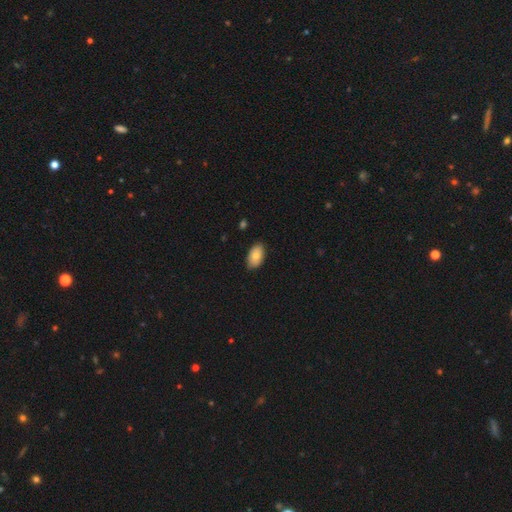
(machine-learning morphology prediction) type=smooth (82%); roundness=in between (94%); merging=none (86%).